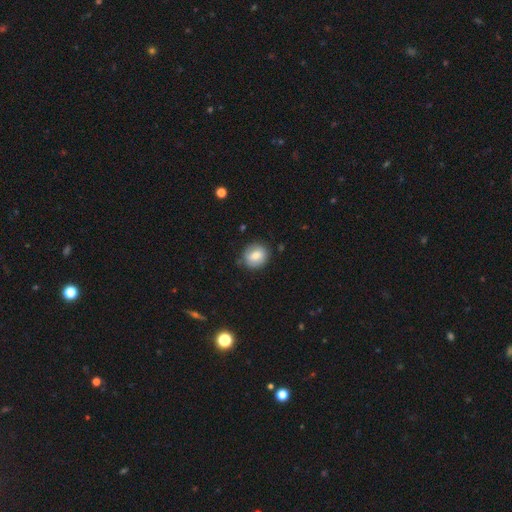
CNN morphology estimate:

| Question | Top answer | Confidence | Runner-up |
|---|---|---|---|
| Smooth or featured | smooth | 73% | featured or disk (19%) |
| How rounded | round | 82% | in between (17%) |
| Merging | none | 79% | minor disturbance (16%) |